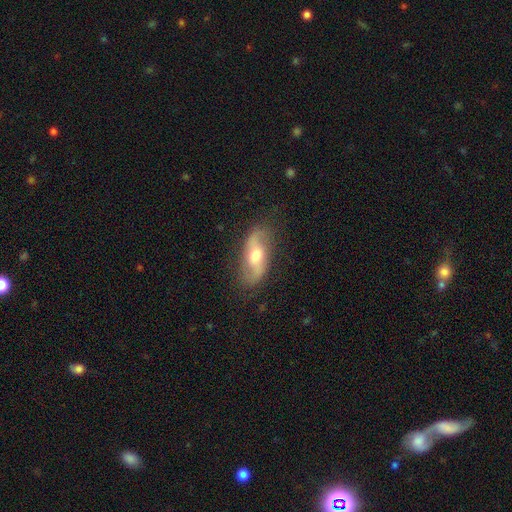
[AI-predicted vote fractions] A featured or disk galaxy (71%) with no bar (42%), 2 (90%) loose (61%) spiral arms (84%) and a moderate central bulge (72%).

Vote fractions:
- Smooth or featured? featured or disk: 71% / smooth: 23% / star or artifact: 6%
- Edge-on disk? no: 87% / yes: 13%
- Bar? no: 42% / weak: 35% / strong: 23%
- Spiral arms? yes: 84% / no: 16%
- Spiral winding? loose: 61% / medium: 28% / tight: 11%
- Spiral arm count? 2: 90% / can't tell: 5% / 1: 2% / 3: 1% / 4: 1% / more than 4: 1%
- Bulge size? moderate: 72% / large: 13% / small: 12% / dominant: 1% / none: 1%
- Merging? none: 79% / minor disturbance: 15% / major disturbance: 5% / merger: 1%